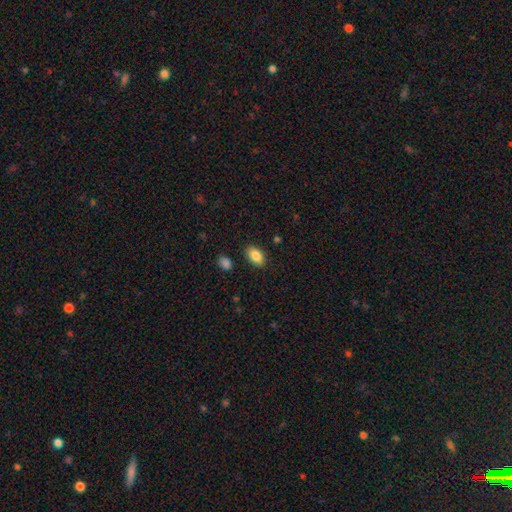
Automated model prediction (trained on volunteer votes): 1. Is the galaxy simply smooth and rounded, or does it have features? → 86% smooth, 8% star or artifact, 7% featured or disk.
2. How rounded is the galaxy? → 90% in between, 9% round, 2% cigar-shaped.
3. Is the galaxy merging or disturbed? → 86% none, 10% minor disturbance, 2% major disturbance, 2% merger.